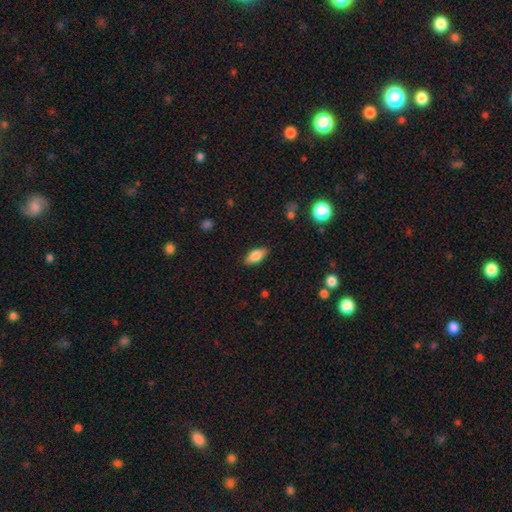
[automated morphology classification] A smooth galaxy with no disk features (78%) that is in between round and cigar-shaped (85%).

Vote fractions:
- Smooth or featured? smooth: 78% / featured or disk: 15% / star or artifact: 7%
- How rounded? in between: 85% / cigar-shaped: 12% / round: 3%
- Merging? none: 86% / minor disturbance: 10% / major disturbance: 2% / merger: 1%